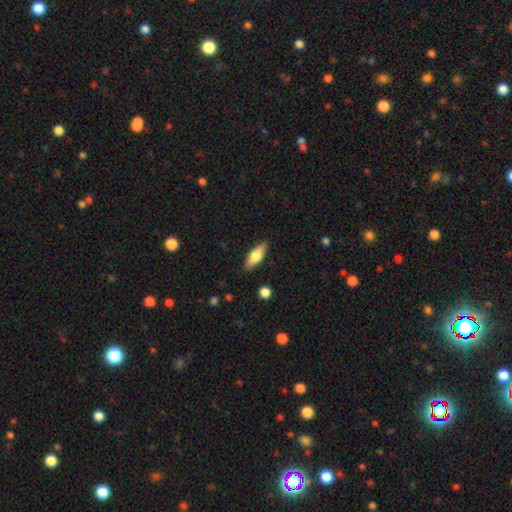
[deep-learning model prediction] smooth-or-featured: smooth: 67% | featured or disk: 27% | star or artifact: 6%
  how-rounded: in between: 68% | cigar-shaped: 29% | round: 3%
  merging: none: 87% | minor disturbance: 10% | major disturbance: 2% | merger: 1%